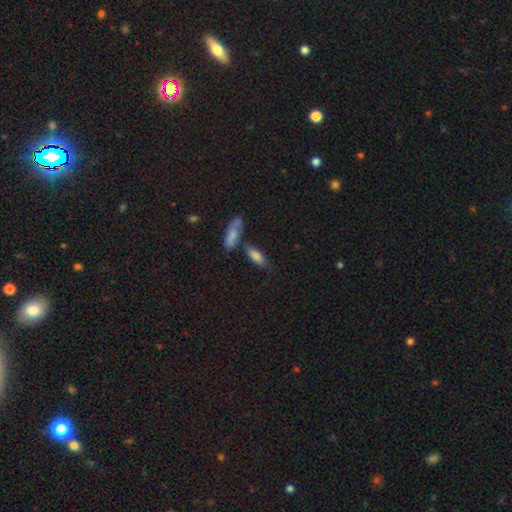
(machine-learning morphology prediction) Q: Smooth or featured?
A: smooth (79%); runner-up: featured or disk (12%)
Q: How rounded?
A: in between (68%); runner-up: cigar-shaped (28%)
Q: Merging?
A: none (57%); runner-up: merger (20%)